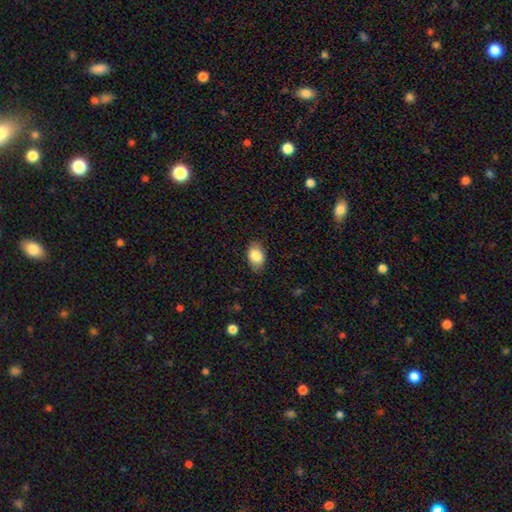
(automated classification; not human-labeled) Smooth or featured? smooth (86%)
How rounded? in between (84%)
Merging? none (82%)